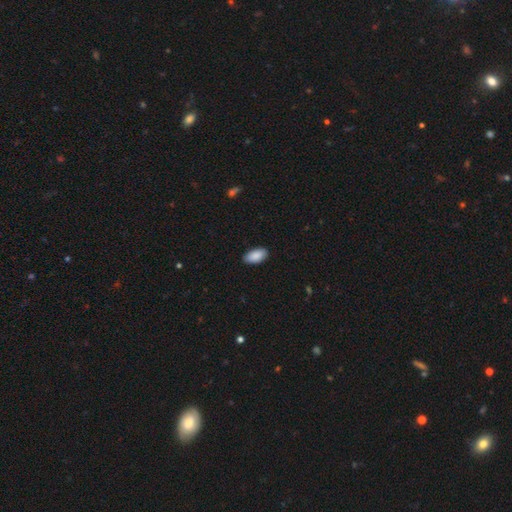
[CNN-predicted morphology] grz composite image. It shows a smooth galaxy with no disk features (90%) that is in between round and cigar-shaped (95%). Merging: none (87%).